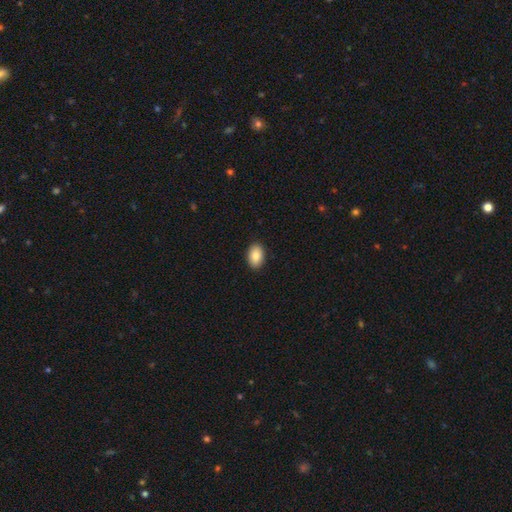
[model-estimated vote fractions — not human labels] A smooth galaxy with no disk features (87%) that is in between round and cigar-shaped (90%).

Vote fractions:
- Smooth or featured? smooth: 87% / star or artifact: 7% / featured or disk: 6%
- How rounded? in between: 90% / round: 9% / cigar-shaped: 1%
- Merging? none: 90% / minor disturbance: 7% / major disturbance: 2% / merger: 1%